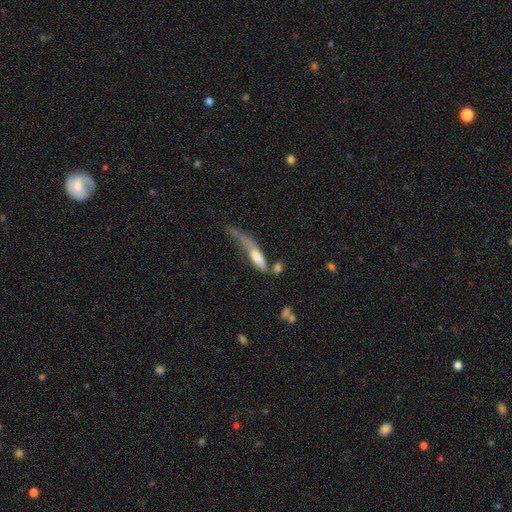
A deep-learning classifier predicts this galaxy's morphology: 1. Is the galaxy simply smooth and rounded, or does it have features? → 59% smooth, 32% featured or disk, 9% star or artifact.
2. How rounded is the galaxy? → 68% cigar-shaped, 30% in between, 3% round.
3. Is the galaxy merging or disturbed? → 36% major disturbance, 24% merger, 21% minor disturbance, 19% none.